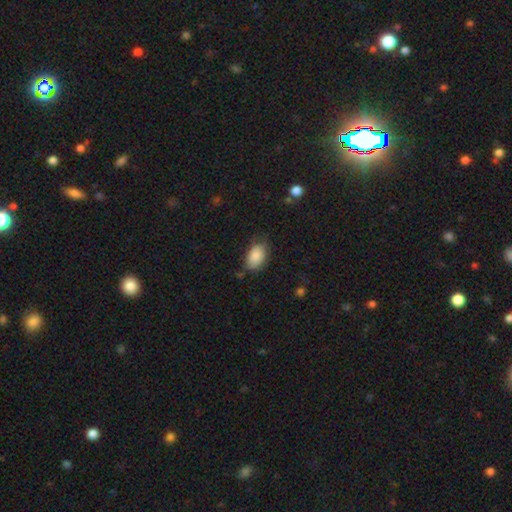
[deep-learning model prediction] smooth_or_featured: smooth (p=0.86) [alt: featured or disk p=0.07]
how_rounded: in between (p=0.90) [alt: round p=0.08]
merging: none (p=0.62) [alt: minor disturbance p=0.28]